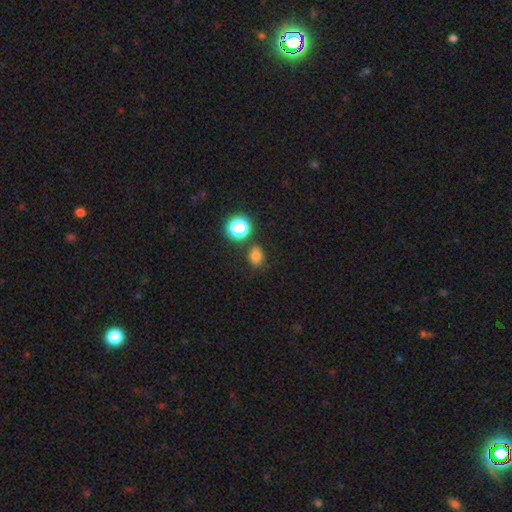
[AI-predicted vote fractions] Smooth or featured: smooth — 74% (star or artifact — 18%)
How rounded: round — 56% (in between — 43%)
Merging: none — 81% (minor disturbance — 11%)